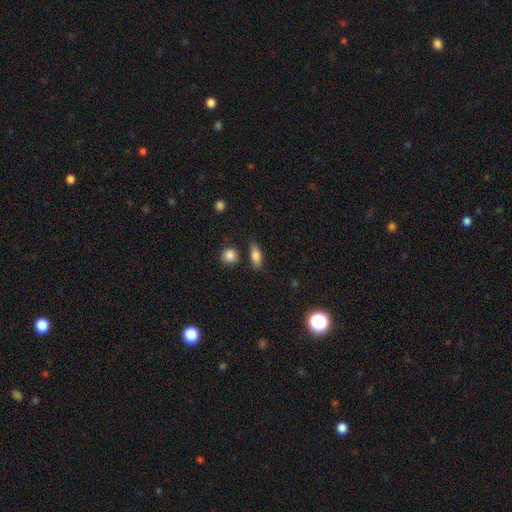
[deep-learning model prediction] Smooth or featured: smooth — 78% (featured or disk — 14%)
How rounded: in between — 73% (cigar-shaped — 20%)
Merging: none — 78% (minor disturbance — 13%)